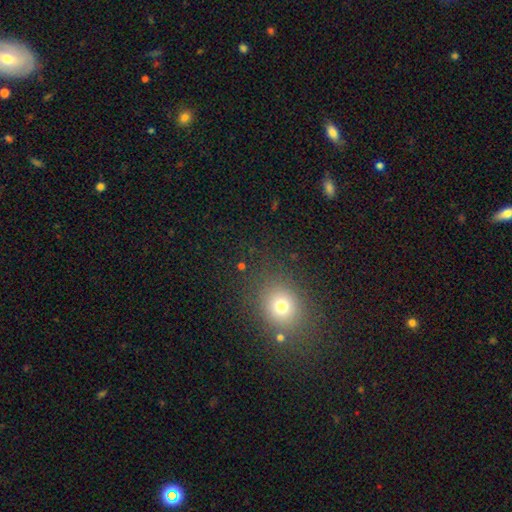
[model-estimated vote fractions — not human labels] Smooth or featured?
  - smooth: 65% *
  - star or artifact: 26%
  - featured or disk: 9%
How rounded?
  - round: 61% *
  - in between: 37%
  - cigar-shaped: 1%
Merging?
  - none: 85% *
  - minor disturbance: 9%
  - major disturbance: 3%
  - merger: 3%